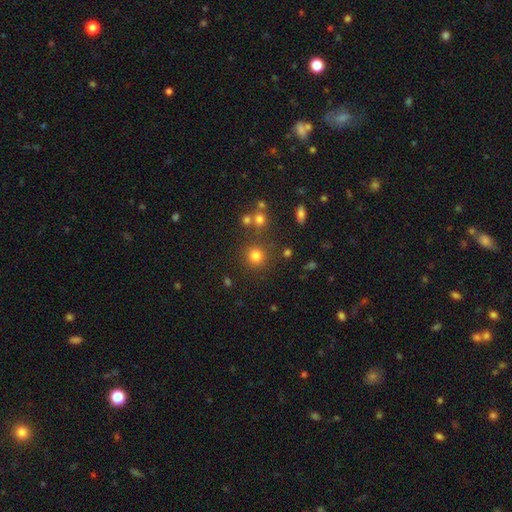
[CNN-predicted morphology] Smooth or featured: smooth — 78% (star or artifact — 15%)
How rounded: round — 92% (in between — 7%)
Merging: none — 81% (minor disturbance — 8%)